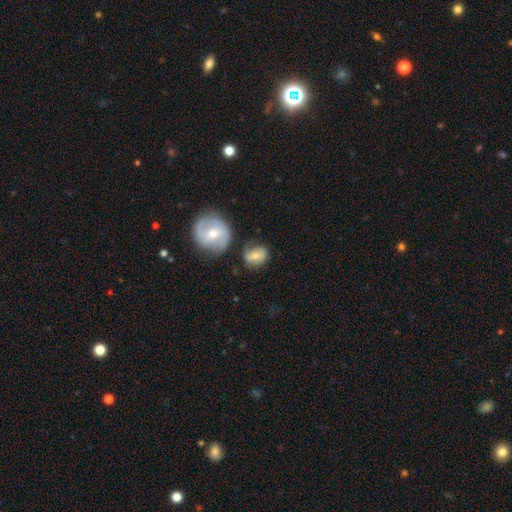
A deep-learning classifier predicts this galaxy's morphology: Smooth or featured? smooth (58%)
How rounded? round (54%)
Merging? none (61%)